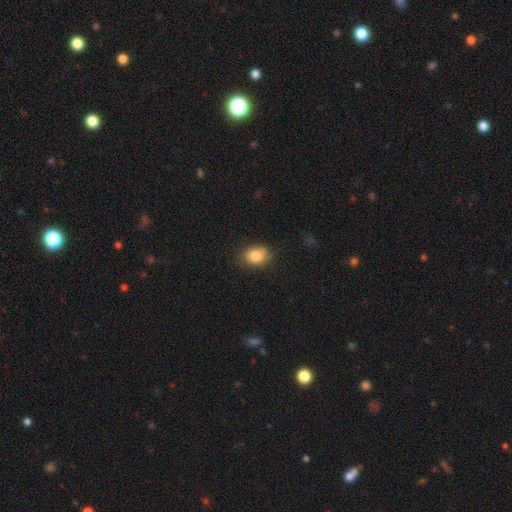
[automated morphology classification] This appears to be a smooth galaxy with no disk features (84%) that is in between round and cigar-shaped (55%). Merging: none (74%).